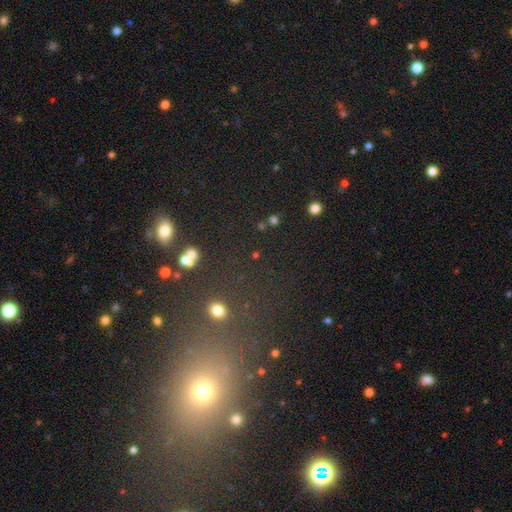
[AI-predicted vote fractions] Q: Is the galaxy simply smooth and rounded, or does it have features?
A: smooth — 45%.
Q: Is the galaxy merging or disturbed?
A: none — 77%.